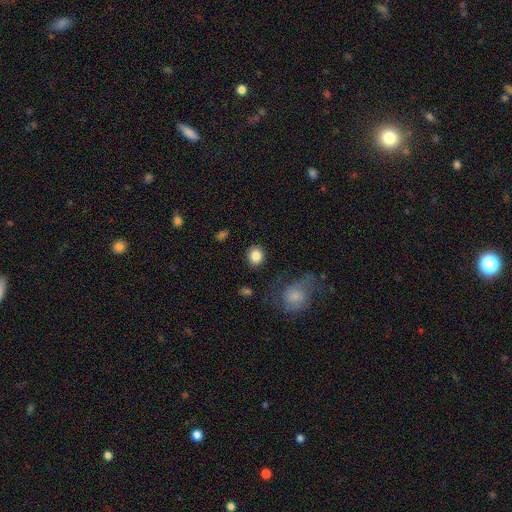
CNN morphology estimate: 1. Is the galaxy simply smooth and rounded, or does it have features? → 86% smooth, 8% star or artifact, 6% featured or disk.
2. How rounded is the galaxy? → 78% round, 21% in between, 1% cigar-shaped.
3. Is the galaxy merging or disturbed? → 86% none, 8% minor disturbance, 4% major disturbance, 3% merger.